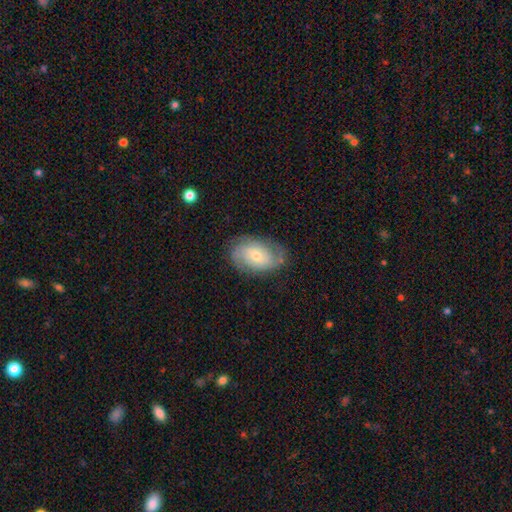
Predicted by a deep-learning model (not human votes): Smooth or featured? Predicted: featured or disk (p=0.64). Edge-on disk? Predicted: no (p=0.95). Bar? Predicted: no (p=0.65). Spiral arms? Predicted: yes (p=0.86). Spiral winding? Predicted: tight (p=0.49). Spiral arm count? Predicted: 2 (p=0.50). Bulge size? Predicted: small (p=0.49). Merging? Predicted: none (p=0.72).